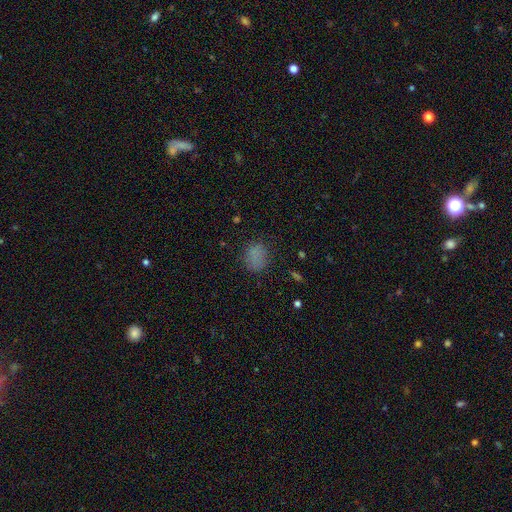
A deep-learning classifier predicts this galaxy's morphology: The model was most divided on "how rounded": in between: 51%, round: 47%, cigar-shaped: 2%. More confident: smooth or featured — smooth (77%); merging — none (76%).